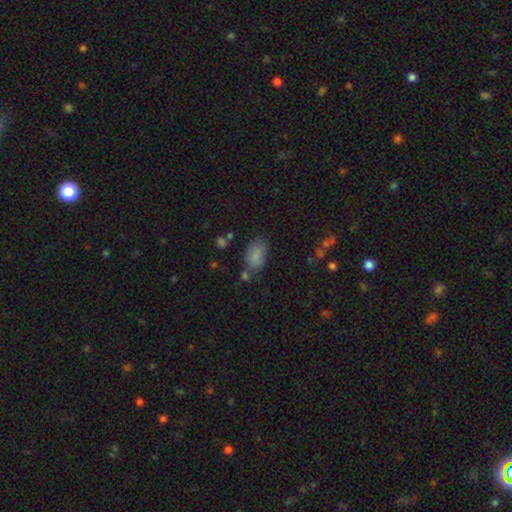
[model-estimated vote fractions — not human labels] Overall: smooth (83%). How rounded: in between (89%). Merging: none (60%; minor disturbance 21%).